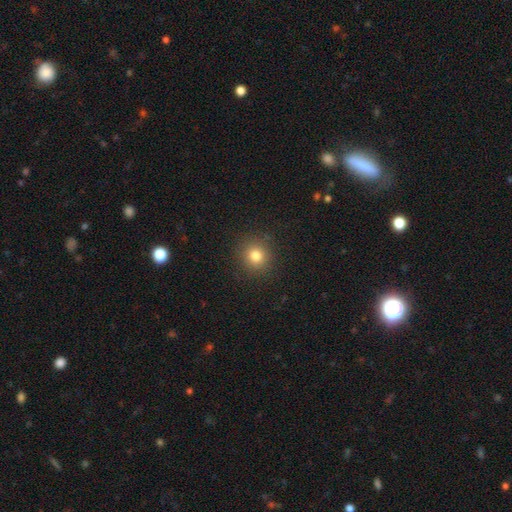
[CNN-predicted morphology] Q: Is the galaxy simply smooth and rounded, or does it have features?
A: smooth — 80%.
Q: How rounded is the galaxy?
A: round — 91%.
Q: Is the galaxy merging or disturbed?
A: none — 90%.